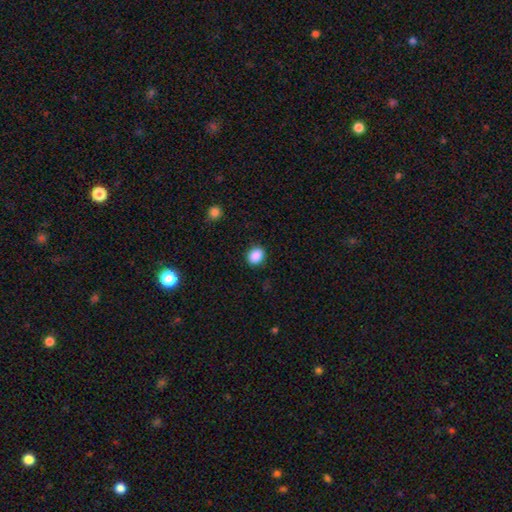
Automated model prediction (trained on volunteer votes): This is clearly a smooth galaxy (89%). How rounded: possibly round (55%). Merging: clearly none (88%).